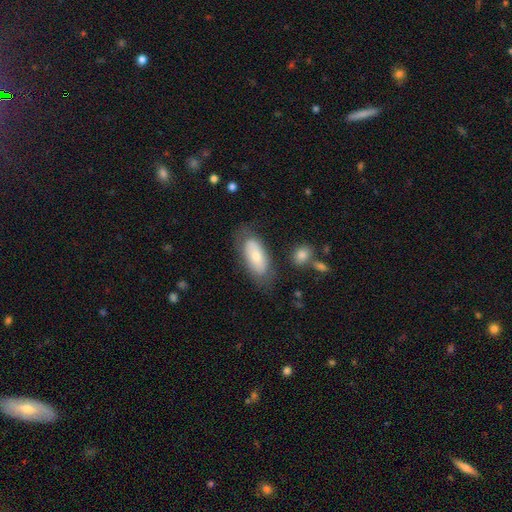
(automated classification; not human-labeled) Overall: smooth (64%; featured or disk 30%). How rounded: in between (84%). Merging: none (67%).